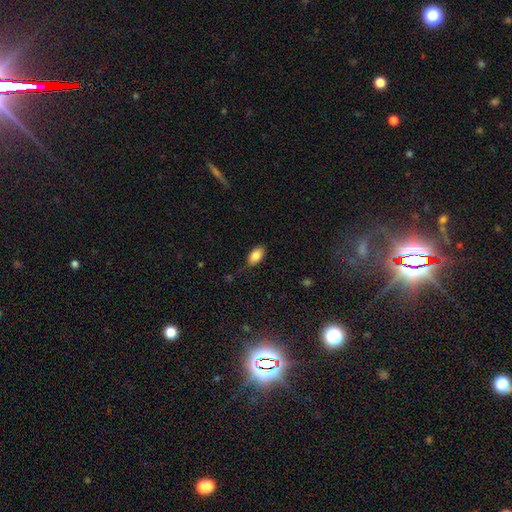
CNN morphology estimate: Smooth or featured? smooth (84%)
How rounded? in between (93%)
Merging? none (80%)